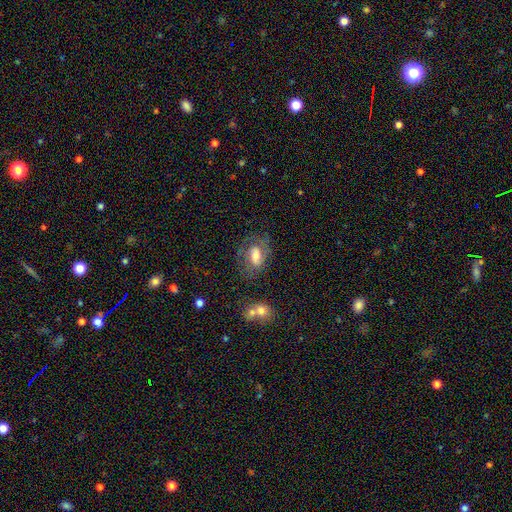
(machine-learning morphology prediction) featured or disk 52%, smooth 39%, star or artifact 9%. Down the decision tree: edge-on disk — no (94%); merging — none (62%).